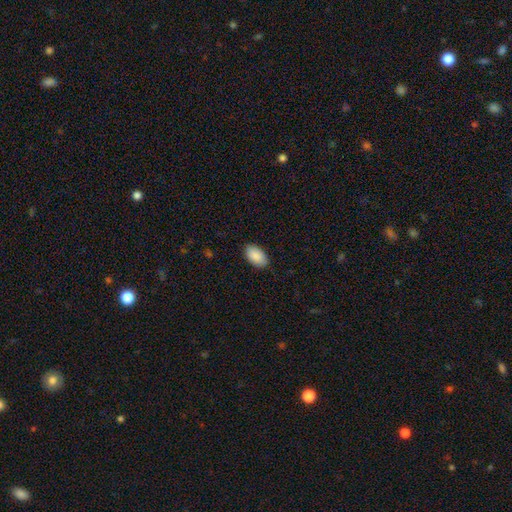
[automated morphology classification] Smooth or featured? Predicted: smooth (p=0.91). How rounded? Predicted: in between (p=0.95). Merging? Predicted: none (p=0.88).